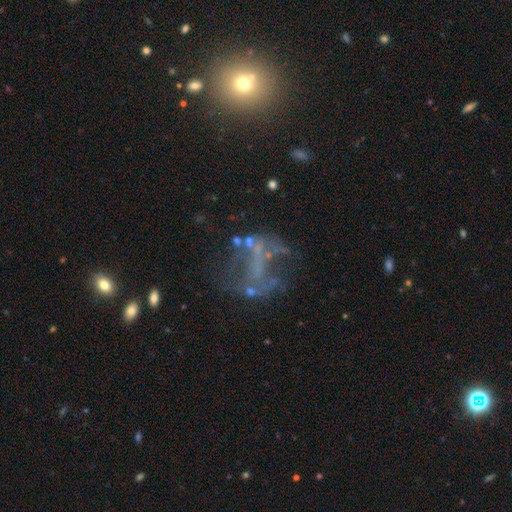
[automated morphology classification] Smooth or featured: featured or disk — 54% (star or artifact — 28%)
Edge-on disk: no — 96% (yes — 4%)
Bar: no — 73% (weak — 15%)
Spiral arms: no — 78% (yes — 22%)
Bulge size: none — 81% (small — 11%)
Merging: none — 43% (major disturbance — 33%)